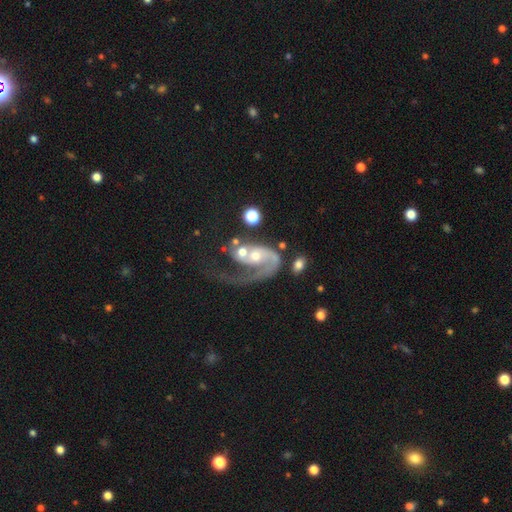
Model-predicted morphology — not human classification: smooth_or_featured: featured or disk (p=0.82) [alt: smooth p=0.12]
disk_edge_on: no (p=0.97) [alt: yes p=0.03]
bar: no (p=0.68) [alt: weak p=0.25]
has_spiral_arms: yes (p=0.90) [alt: no p=0.10]
spiral_winding: loose (p=0.46) [alt: medium p=0.36]
spiral_arm_count: 1 (p=0.79) [alt: 2 p=0.13]
bulge_size: moderate (p=0.55) [alt: small p=0.34]
merging: major disturbance (p=0.37) [alt: merger p=0.31]